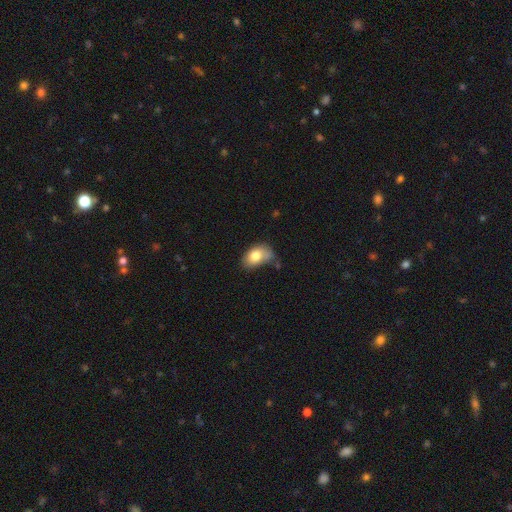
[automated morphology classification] The model was most divided on "merging": none: 44%, minor disturbance: 36%, major disturbance: 12%, merger: 8%. More confident: how rounded — in between (87%); smooth or featured — smooth (78%).